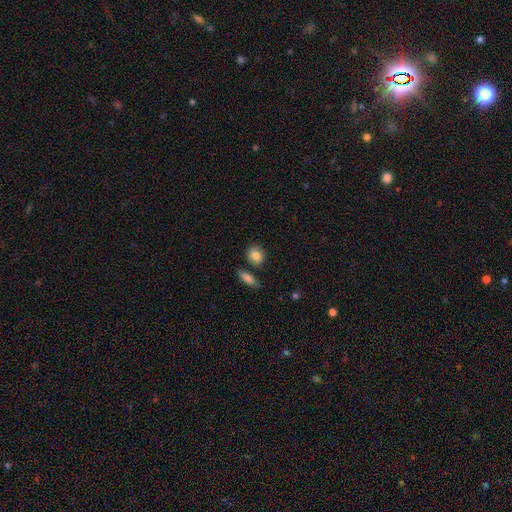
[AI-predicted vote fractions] Morphology: type=smooth (84%); roundness=round (56%); merging=none (74%).